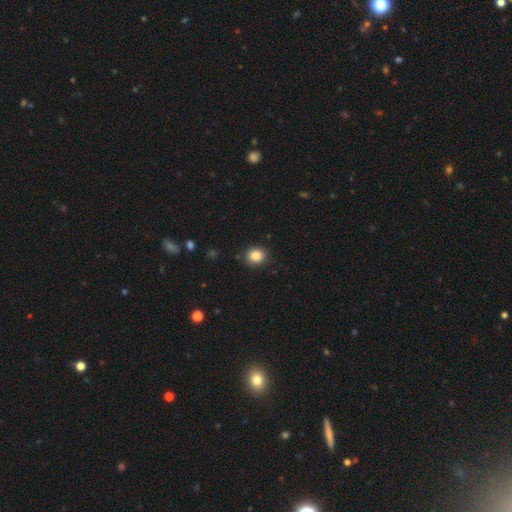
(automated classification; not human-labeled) smooth-or-featured: smooth: 84% | star or artifact: 11% | featured or disk: 5%
  how-rounded: round: 79% | in between: 20% | cigar-shaped: 1%
  merging: none: 88% | minor disturbance: 8% | major disturbance: 2% | merger: 1%